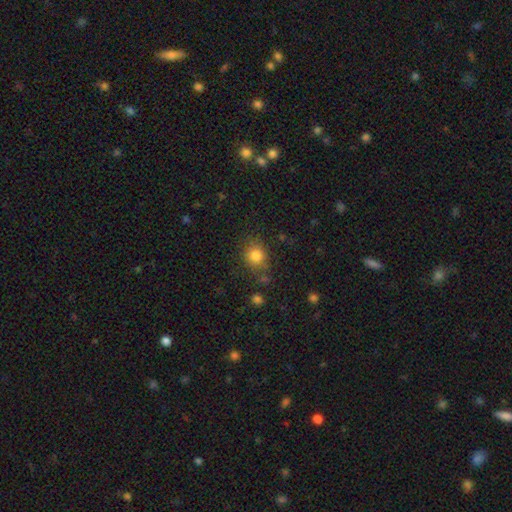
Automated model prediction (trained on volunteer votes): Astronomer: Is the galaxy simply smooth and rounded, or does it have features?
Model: smooth — 83%.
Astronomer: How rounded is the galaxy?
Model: round — 82%.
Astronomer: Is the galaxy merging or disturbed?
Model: none — 76%.